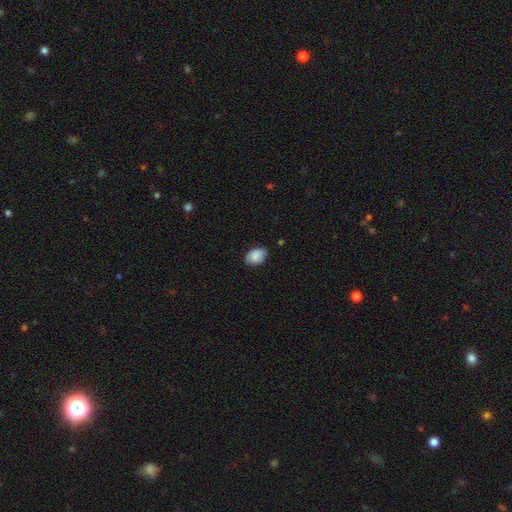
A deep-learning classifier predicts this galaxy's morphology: Smooth or featured?
  - smooth: 86% *
  - featured or disk: 7%
  - star or artifact: 7%
How rounded?
  - in between: 87% *
  - round: 12%
  - cigar-shaped: 1%
Merging?
  - none: 84% *
  - minor disturbance: 13%
  - major disturbance: 2%
  - merger: 1%